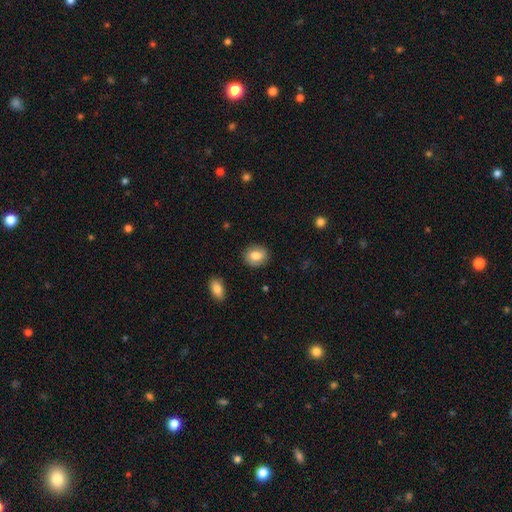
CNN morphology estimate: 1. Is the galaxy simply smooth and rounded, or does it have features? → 78% smooth, 14% featured or disk, 8% star or artifact.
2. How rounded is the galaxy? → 61% round, 38% in between, 1% cigar-shaped.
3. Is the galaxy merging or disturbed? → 85% none, 11% minor disturbance, 3% major disturbance, 1% merger.